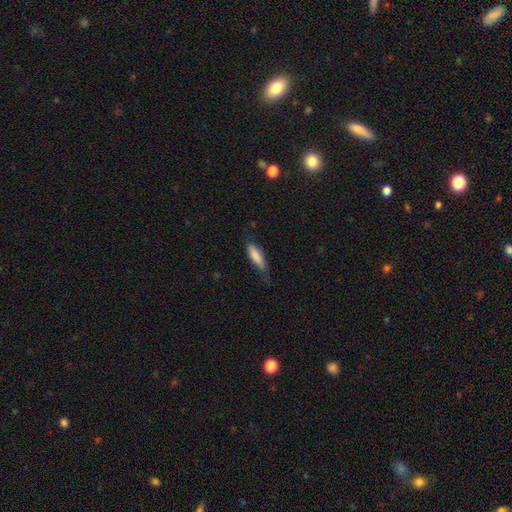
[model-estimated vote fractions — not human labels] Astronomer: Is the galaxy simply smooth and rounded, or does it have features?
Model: smooth — 82%.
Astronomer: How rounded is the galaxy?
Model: cigar-shaped — 61% (runner-up: in between, 37%).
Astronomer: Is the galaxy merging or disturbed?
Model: none — 54% (runner-up: minor disturbance, 34%).